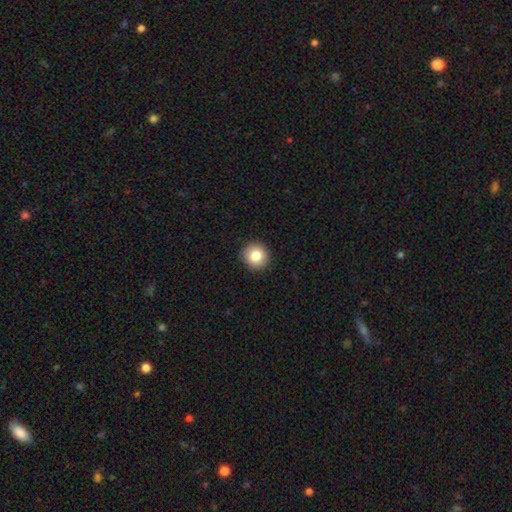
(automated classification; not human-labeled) Smooth or featured? smooth (82%)
How rounded? round (93%)
Merging? none (92%)